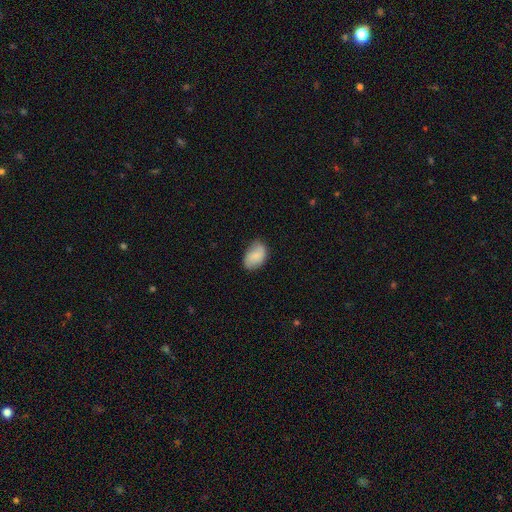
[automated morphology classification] Overall: smooth (76%). How rounded: in between (88%). Merging: none (70%).